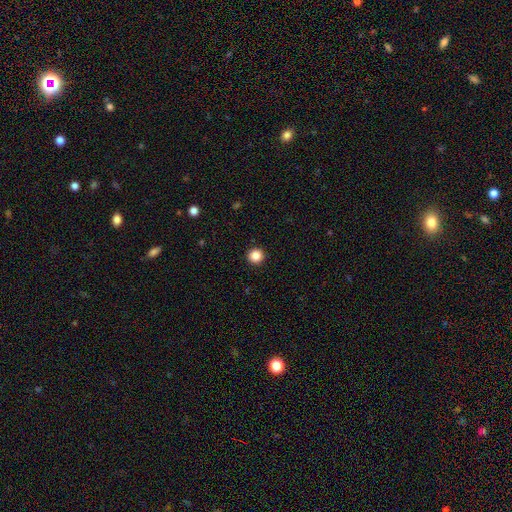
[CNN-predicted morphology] Overall: smooth (86%). How rounded: round (96%). Merging: none (94%).